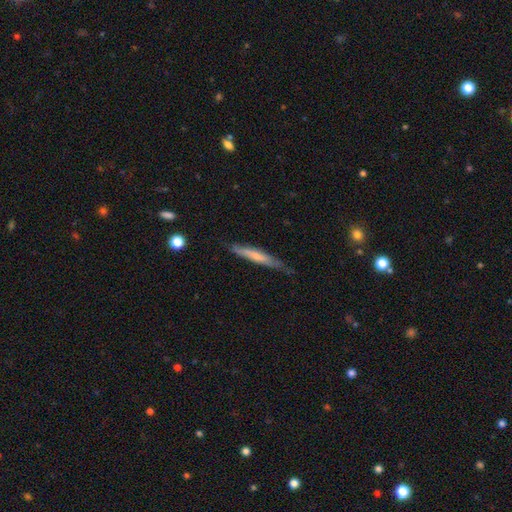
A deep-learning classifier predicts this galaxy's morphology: The model was most divided on "smooth or featured": smooth: 54%, featured or disk: 40%, star or artifact: 5%. More confident: how rounded — cigar-shaped (93%); merging — none (73%).